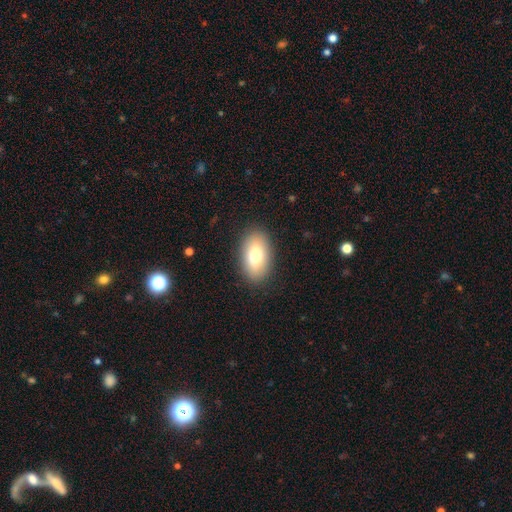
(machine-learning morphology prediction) smooth 78%, featured or disk 14%, star or artifact 7%. Down the decision tree: how rounded — in between (92%); merging — none (88%).